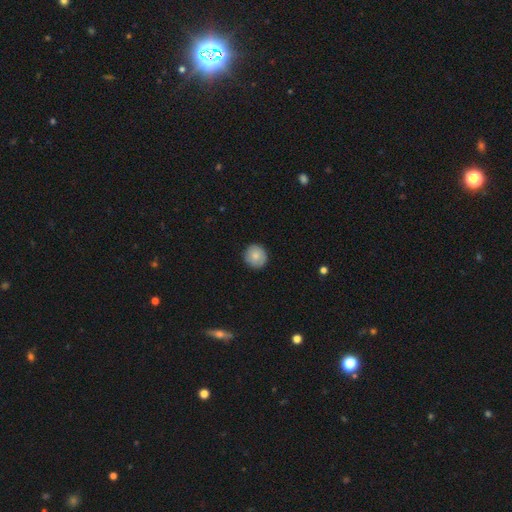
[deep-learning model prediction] smooth-or-featured: smooth: 81% | featured or disk: 12% | star or artifact: 7%
  how-rounded: round: 93% | in between: 6% | cigar-shaped: 1%
  merging: none: 89% | minor disturbance: 8% | major disturbance: 2% | merger: 1%